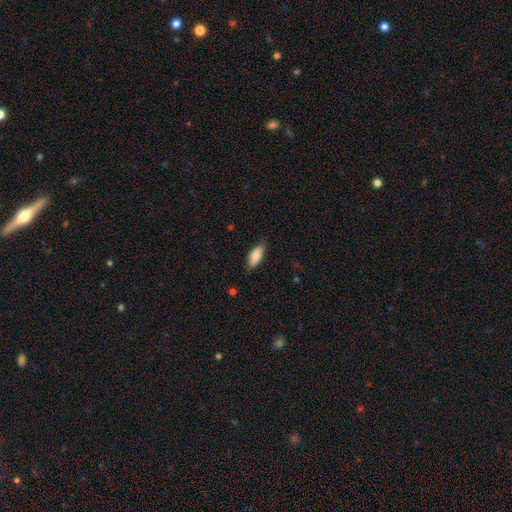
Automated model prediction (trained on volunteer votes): This appears to be a smooth galaxy with no disk features (84%) that is in between round and cigar-shaped (80%). Merging: none (80%).